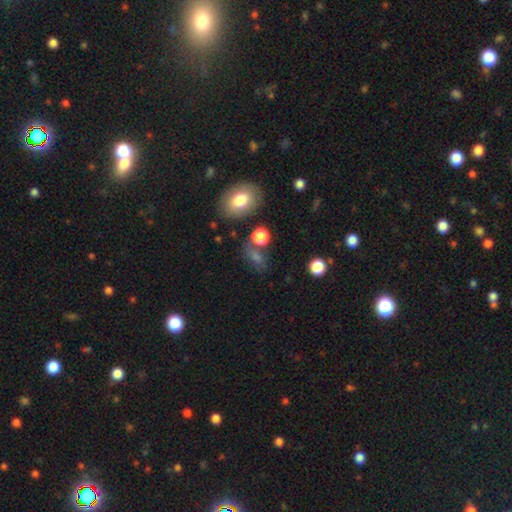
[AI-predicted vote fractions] smooth-or-featured: smooth: 58% | star or artifact: 26% | featured or disk: 16%
  how-rounded: in between: 56% | round: 39% | cigar-shaped: 6%
  merging: none: 63% | minor disturbance: 15% | merger: 12% | major disturbance: 9%